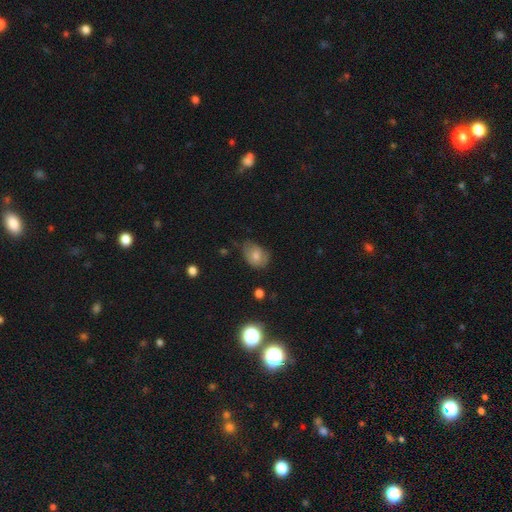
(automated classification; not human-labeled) smooth-or-featured: smooth: 69% | featured or disk: 21% | star or artifact: 10%
  how-rounded: in between: 72% | round: 27% | cigar-shaped: 1%
  merging: none: 51% | minor disturbance: 36% | major disturbance: 10% | merger: 2%